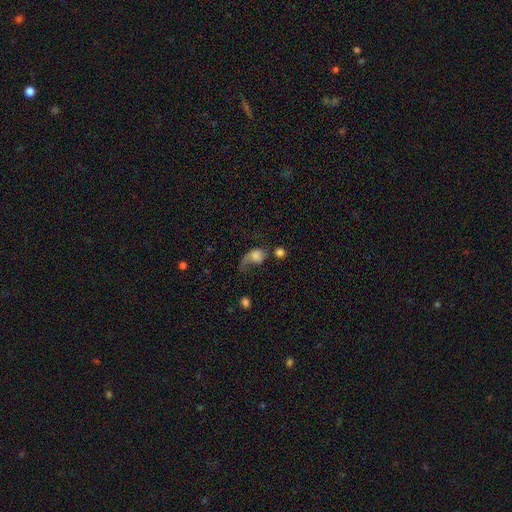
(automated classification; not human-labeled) Smooth or featured?
  - smooth: 60% *
  - featured or disk: 29%
  - star or artifact: 11%
How rounded?
  - round: 49% * (tied)
  - in between: 49% * (tied)
  - cigar-shaped: 2%
Merging?
  - major disturbance: 46% *
  - none: 21%
  - minor disturbance: 19%
  - merger: 13%